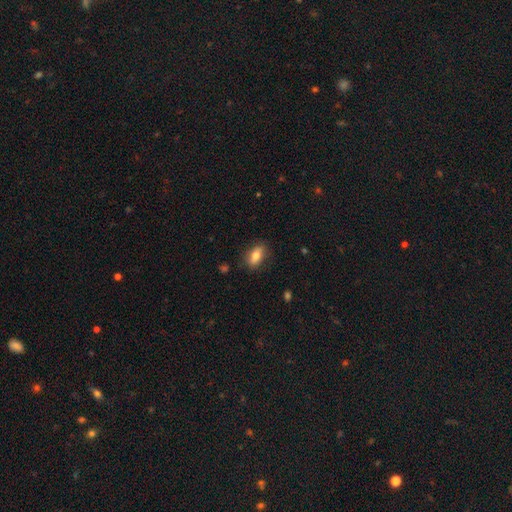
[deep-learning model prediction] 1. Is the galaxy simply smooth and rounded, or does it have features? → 77% smooth, 16% featured or disk, 8% star or artifact.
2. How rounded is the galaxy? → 85% in between, 8% cigar-shaped, 7% round.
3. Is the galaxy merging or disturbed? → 81% none, 14% minor disturbance, 3% major disturbance, 1% merger.